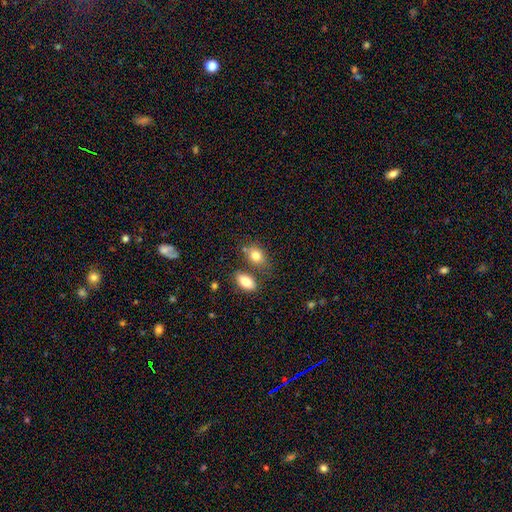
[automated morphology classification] Smooth or featured? Predicted: smooth (p=0.80). How rounded? Predicted: in between (p=0.76). Merging? Predicted: none (p=0.56).